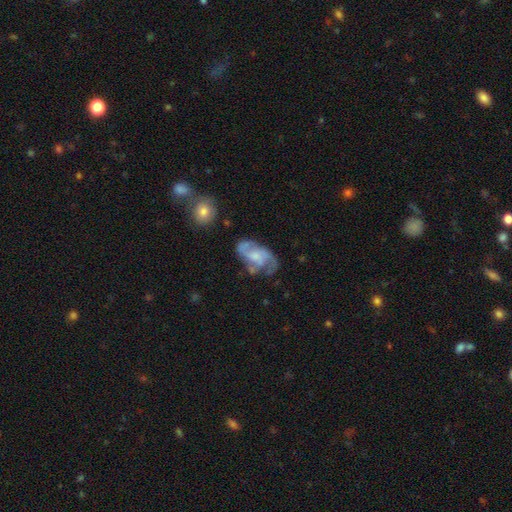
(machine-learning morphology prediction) Overall: featured or disk (75%). Edge-on disk: no (97%). Bar: no (65%; weak 30%). Spiral arms: yes (87%). Spiral arm count: 2 (34%; 3 31%). Spiral winding: medium (48%; loose 27%). Bulge size: small (36%; moderate 33%). Merging: none (52%; minor disturbance 23%).